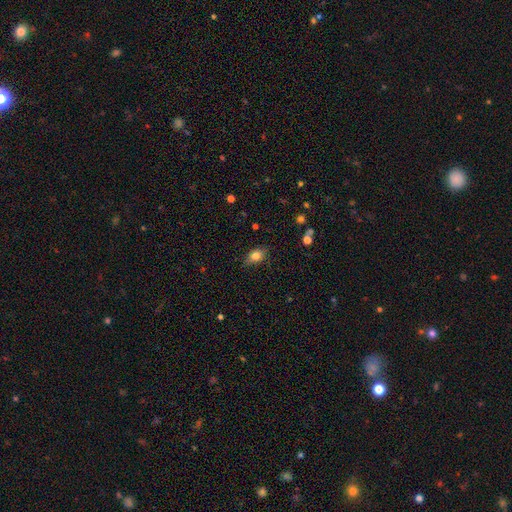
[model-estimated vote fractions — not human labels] Smooth or featured: smooth — 79% (featured or disk — 11%)
How rounded: in between — 79% (round — 18%)
Merging: none — 75% (minor disturbance — 20%)